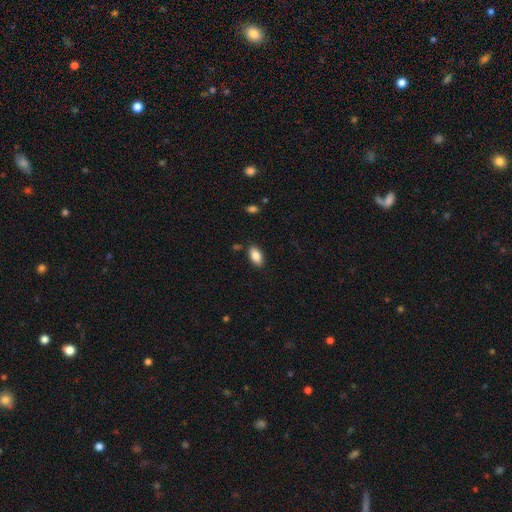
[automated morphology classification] Overall: smooth (86%). How rounded: in between (92%). Merging: none (85%).